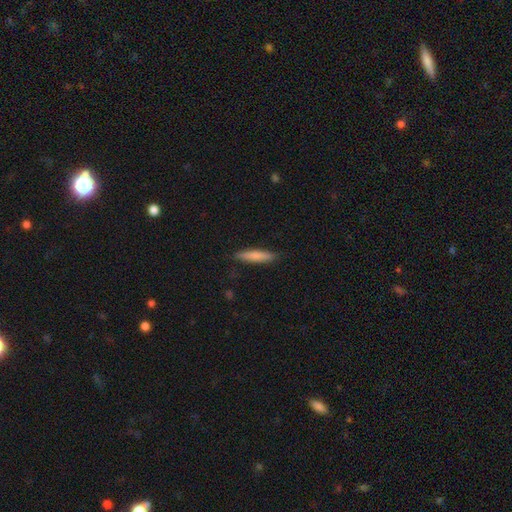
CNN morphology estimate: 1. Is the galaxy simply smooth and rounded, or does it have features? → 79% smooth, 16% featured or disk, 6% star or artifact.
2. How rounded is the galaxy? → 87% cigar-shaped, 11% in between, 1% round.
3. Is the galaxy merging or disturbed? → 87% none, 10% minor disturbance, 2% major disturbance, 1% merger.